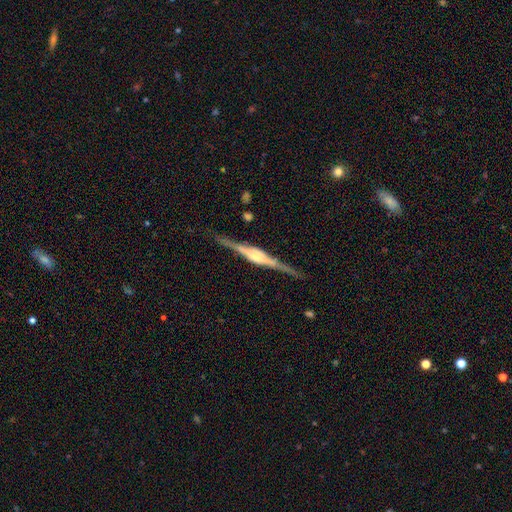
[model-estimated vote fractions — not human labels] A featured or disk galaxy (86%) viewed edge-on (98%) with a rounded central bulge (59%).

Vote fractions:
- Smooth or featured? featured or disk: 86% / smooth: 9% / star or artifact: 5%
- Edge-on disk? yes: 98% / no: 2%
- Edge-on bulge? rounded: 59% / boxy: 36% / none: 4%
- Merging? none: 87% / minor disturbance: 9% / major disturbance: 2% / merger: 1%